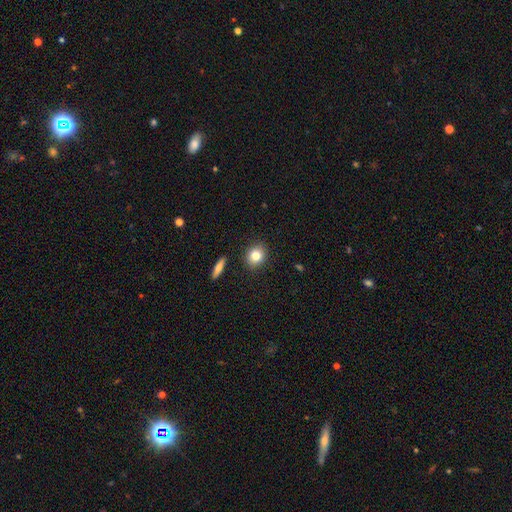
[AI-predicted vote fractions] Q: Smooth or featured?
A: smooth (81%); runner-up: star or artifact (10%)
Q: How rounded?
A: round (67%); runner-up: in between (31%)
Q: Merging?
A: none (88%); runner-up: minor disturbance (8%)